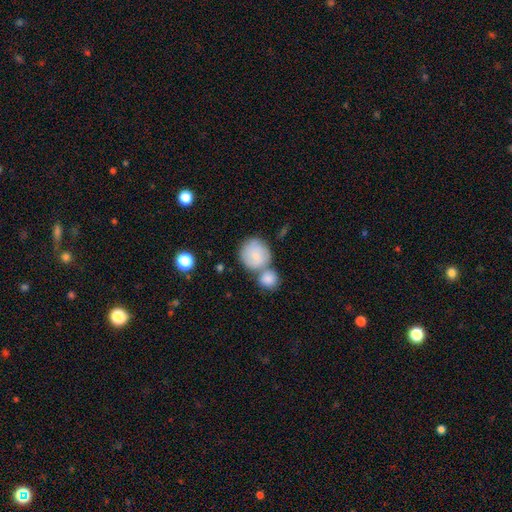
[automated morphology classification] Smooth or featured? Predicted: smooth (p=0.78). How rounded? Predicted: round (p=0.89). Merging? Predicted: merger (p=0.48).